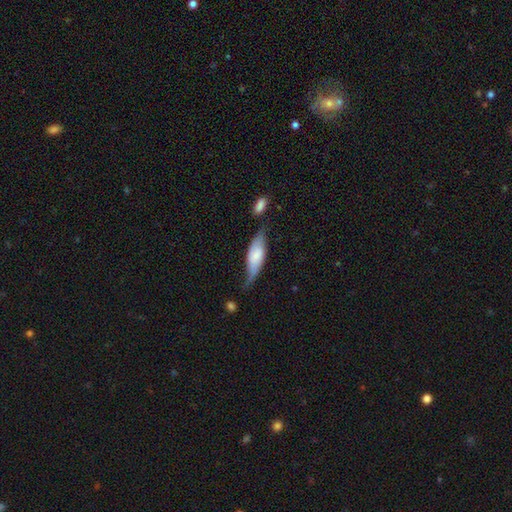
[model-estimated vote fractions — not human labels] Q: Smooth or featured?
A: smooth (49%); runner-up: featured or disk (44%)
Q: Merging?
A: none (46%); runner-up: minor disturbance (33%)